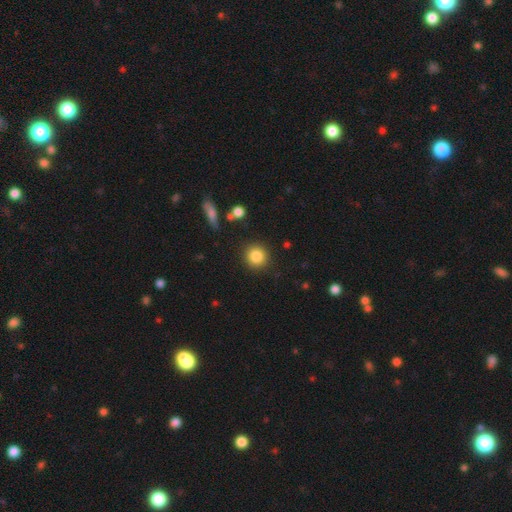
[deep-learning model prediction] Smooth or featured? smooth (85%)
How rounded? round (92%)
Merging? none (88%)